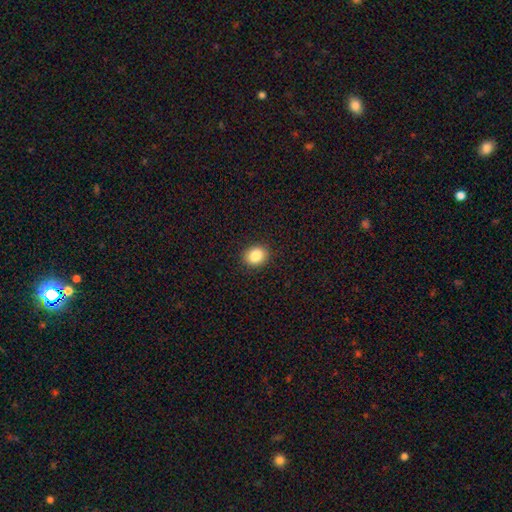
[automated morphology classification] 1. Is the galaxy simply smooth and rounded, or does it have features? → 85% smooth, 10% star or artifact, 6% featured or disk.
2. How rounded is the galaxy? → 61% round, 38% in between, 1% cigar-shaped.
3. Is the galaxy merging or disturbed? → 91% none, 7% minor disturbance, 2% major disturbance, 1% merger.